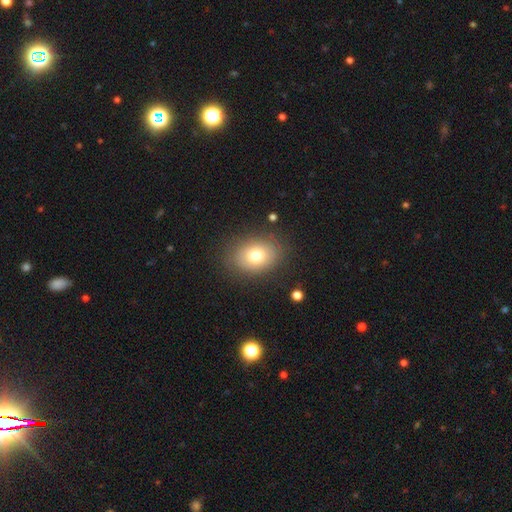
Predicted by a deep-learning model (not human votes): Smooth or featured: smooth — 75% (featured or disk — 15%)
How rounded: in between — 69% (round — 30%)
Merging: none — 85% (minor disturbance — 11%)